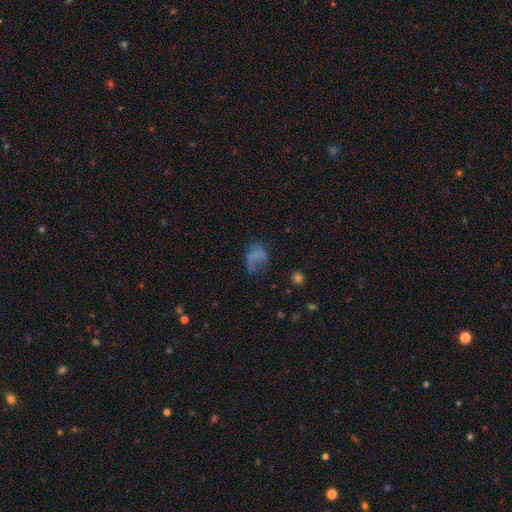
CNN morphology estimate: type=smooth (47%); merging=major disturbance (40%).